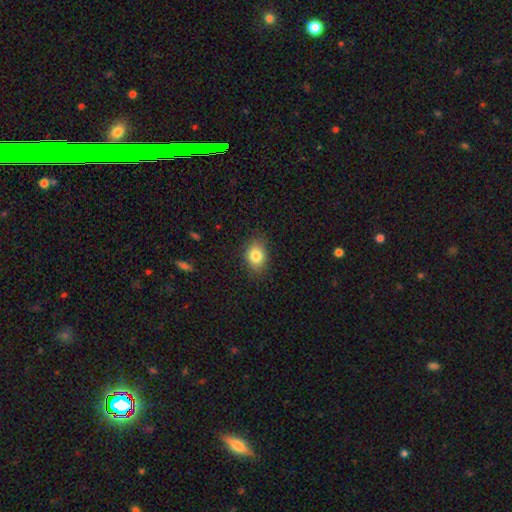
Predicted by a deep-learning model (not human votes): Smooth or featured: smooth — 82% (star or artifact — 10%)
How rounded: in between — 63% (round — 36%)
Merging: none — 84% (minor disturbance — 12%)